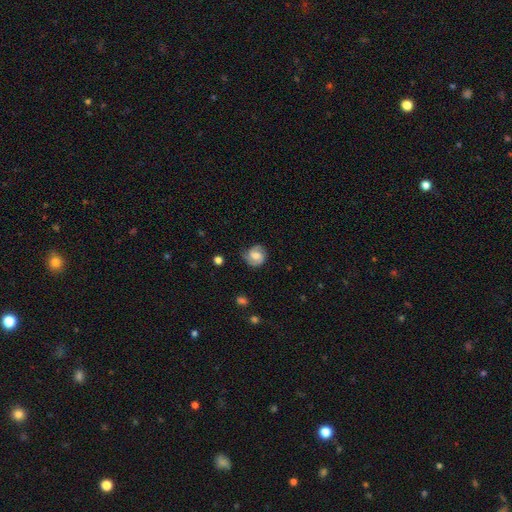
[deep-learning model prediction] Smooth or featured? featured or disk (63%)
Edge-on disk? no (98%)
Bar? weak (46%)
Spiral arms? yes (92%)
Spiral winding? medium (44%)
Spiral arm count? 2 (81%)
Bulge size? moderate (53%)
Merging? none (75%)